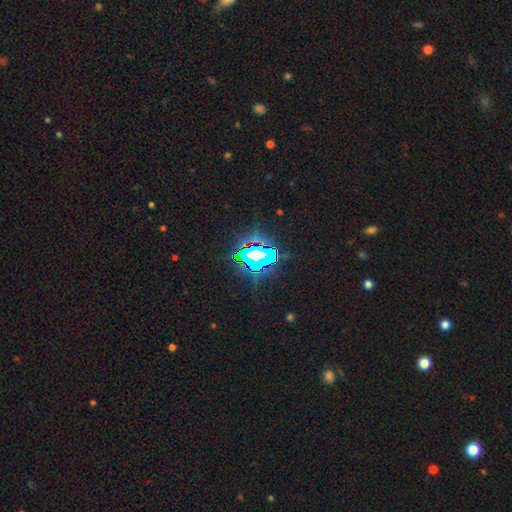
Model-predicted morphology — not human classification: Smooth or featured? Predicted: star or artifact (p=0.65).